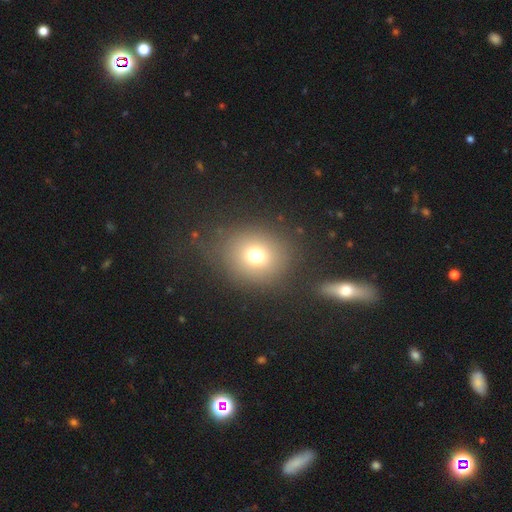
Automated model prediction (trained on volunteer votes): smooth_or_featured: smooth (p=0.72) [alt: star or artifact p=0.16]
how_rounded: round (p=0.73) [alt: in between p=0.26]
merging: none (p=0.75) [alt: minor disturbance p=0.13]